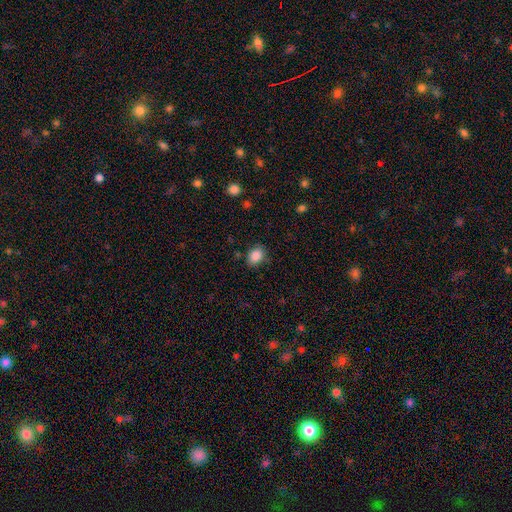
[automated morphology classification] A smooth galaxy with no disk features (87%) that is in between round and cigar-shaped (64%).

Vote fractions:
- Smooth or featured? smooth: 87% / star or artifact: 9% / featured or disk: 4%
- How rounded? in between: 64% / round: 35% / cigar-shaped: 1%
- Merging? none: 81% / minor disturbance: 14% / major disturbance: 3% / merger: 2%